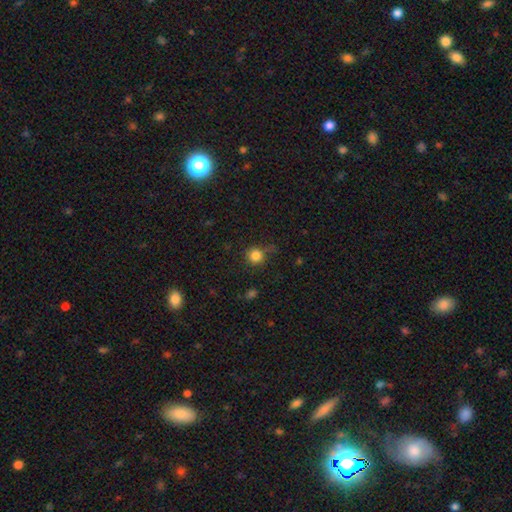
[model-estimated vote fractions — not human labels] A smooth galaxy with no disk features (83%) that is round (93%). Merging: none (76%).